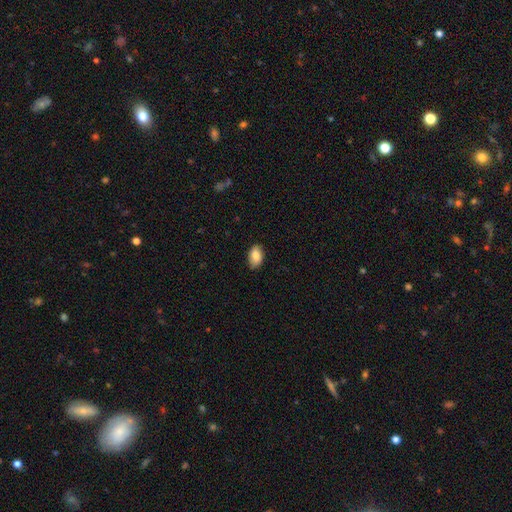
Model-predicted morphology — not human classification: This appears to be a smooth galaxy with no disk features (84%) that is in between round and cigar-shaped (92%). Merging: none (83%).